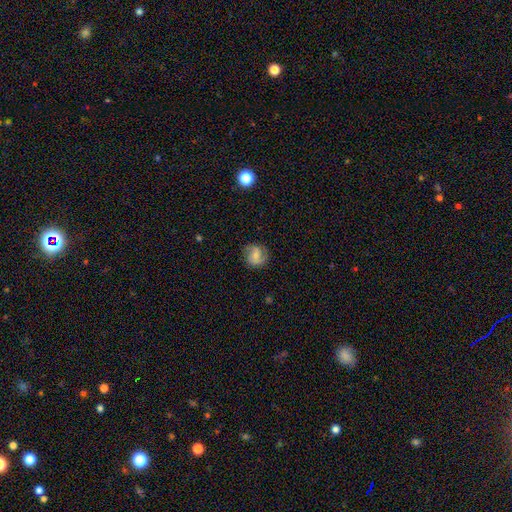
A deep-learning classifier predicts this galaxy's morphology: Smooth or featured? featured or disk (49%)
Merging? none (77%)